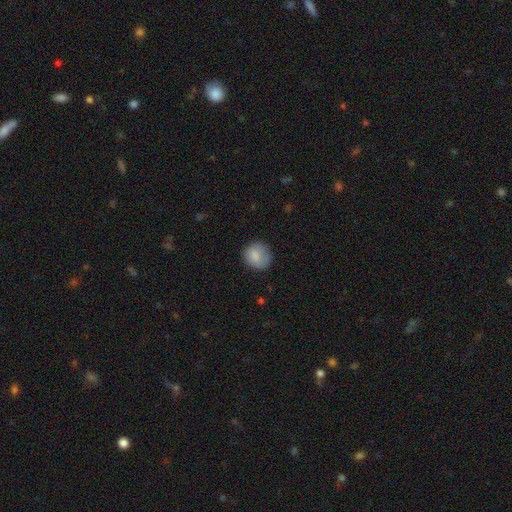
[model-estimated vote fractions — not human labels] This is clearly a smooth galaxy (84%). How rounded: clearly round (85%). Merging: likely none (77%).